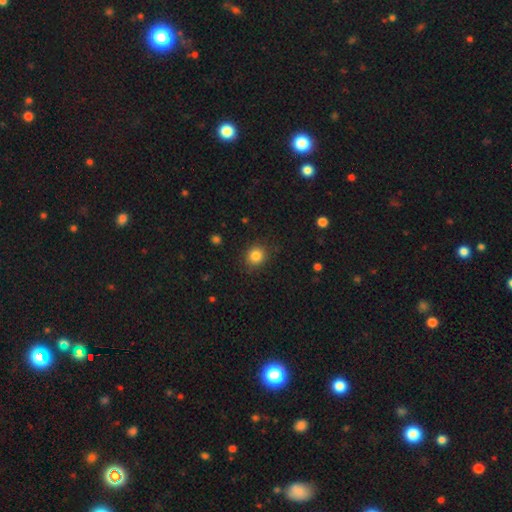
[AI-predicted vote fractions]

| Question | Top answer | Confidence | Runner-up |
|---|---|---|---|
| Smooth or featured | smooth | 84% | star or artifact (11%) |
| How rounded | round | 82% | in between (17%) |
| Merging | none | 87% | minor disturbance (9%) |